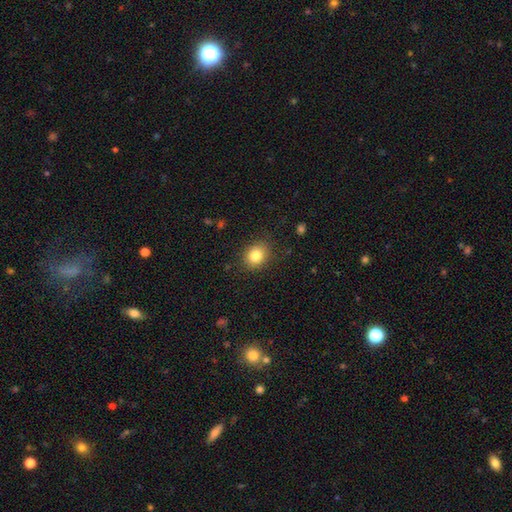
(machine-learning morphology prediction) This is clearly a smooth galaxy (82%). How rounded: likely round (63%). Merging: clearly none (85%).